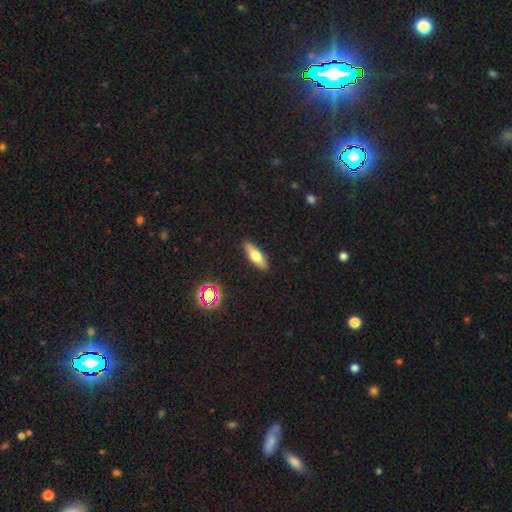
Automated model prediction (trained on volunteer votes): Morphology: type=smooth (59%); roundness=cigar-shaped (49%); merging=none (89%).